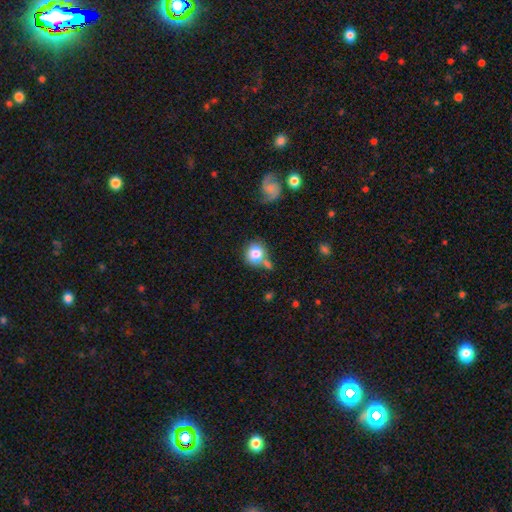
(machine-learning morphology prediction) Smooth or featured?
  - smooth: 72% *
  - star or artifact: 15%
  - featured or disk: 13%
How rounded?
  - round: 88% *
  - in between: 11%
  - cigar-shaped: 1%
Merging?
  - none: 70% *
  - minor disturbance: 13%
  - merger: 13%
  - major disturbance: 4%